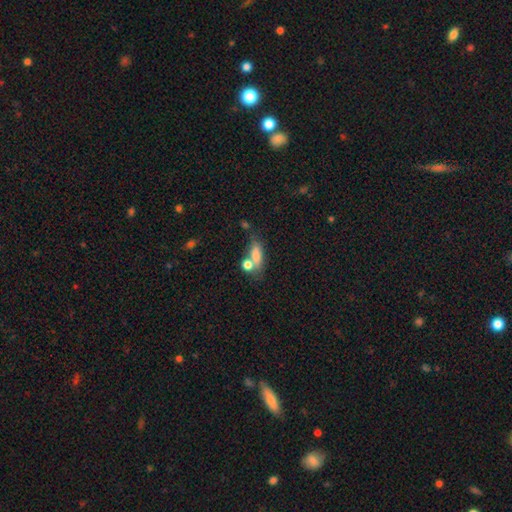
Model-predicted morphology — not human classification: A smooth galaxy with no disk features (73%) that is in between round and cigar-shaped (65%). Merging: none (43%).